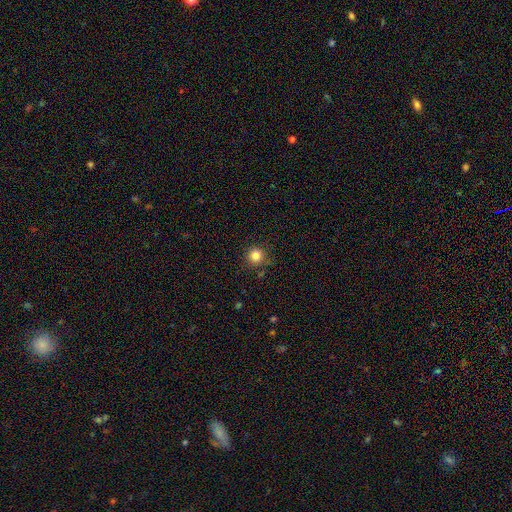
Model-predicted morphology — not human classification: A smooth galaxy with no disk features (83%) that is round (95%). Merging: none (86%).